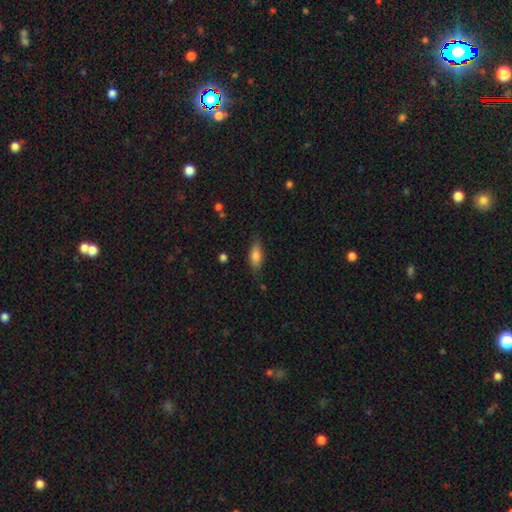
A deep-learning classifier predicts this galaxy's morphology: A smooth galaxy with no disk features (78%) that is in between round and cigar-shaped (70%). Merging: none (79%).